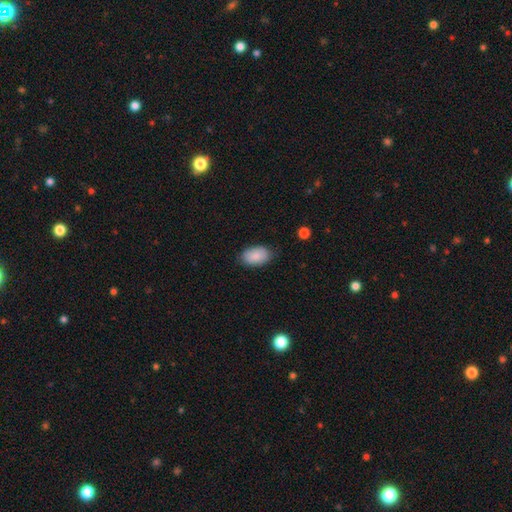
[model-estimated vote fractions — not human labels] smooth 87%, star or artifact 7%, featured or disk 6%. Down the decision tree: how rounded — in between (92%); merging — none (82%).